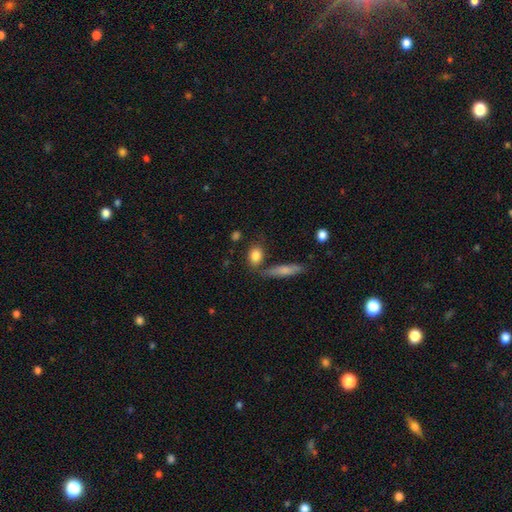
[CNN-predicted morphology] smooth 83%, featured or disk 9%, star or artifact 8%. Down the decision tree: how rounded — in between (65%); merging — none (68%).